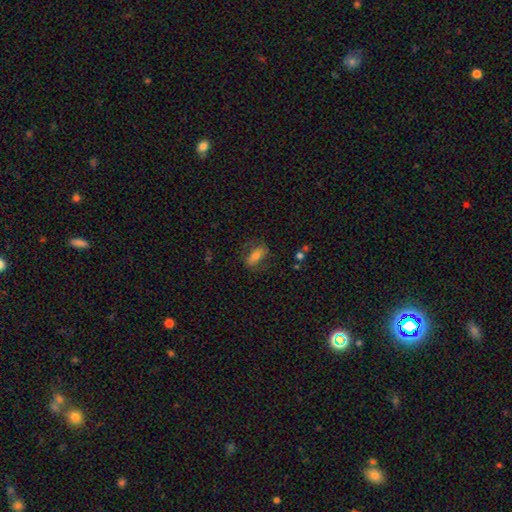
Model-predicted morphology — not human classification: Smooth or featured? smooth (63%)
How rounded? in between (80%)
Merging? none (71%)